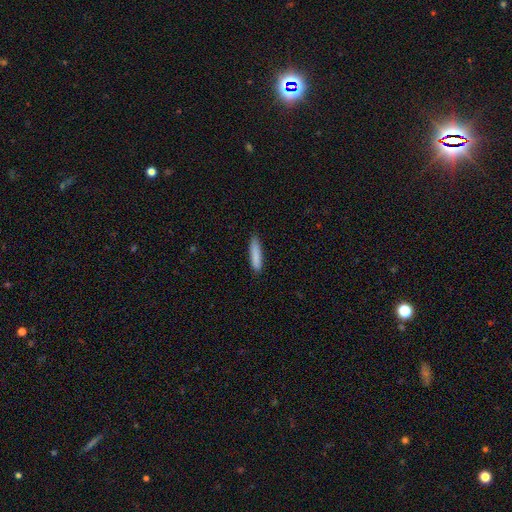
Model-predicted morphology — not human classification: Q: Smooth or featured?
A: smooth (86%); runner-up: featured or disk (8%)
Q: How rounded?
A: cigar-shaped (84%); runner-up: in between (15%)
Q: Merging?
A: none (85%); runner-up: minor disturbance (12%)